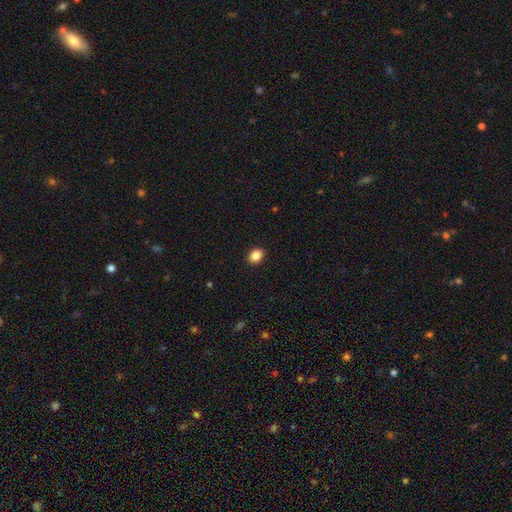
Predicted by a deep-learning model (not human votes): The model was most divided on "how rounded": in between: 64%, round: 35%, cigar-shaped: 1%. More confident: merging — none (91%); smooth or featured — smooth (87%).